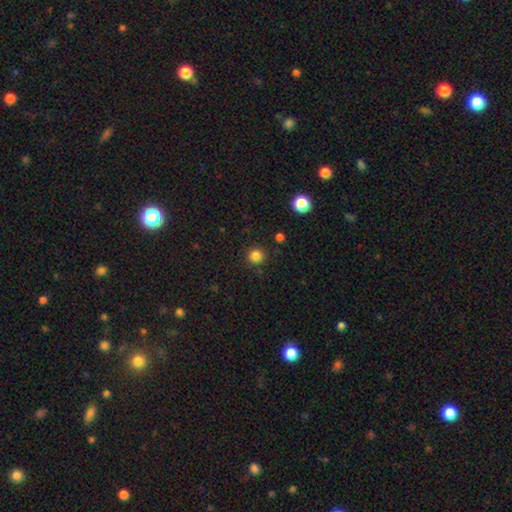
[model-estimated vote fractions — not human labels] smooth 84%, star or artifact 13%, featured or disk 4%. Down the decision tree: how rounded — round (94%); merging — none (90%).